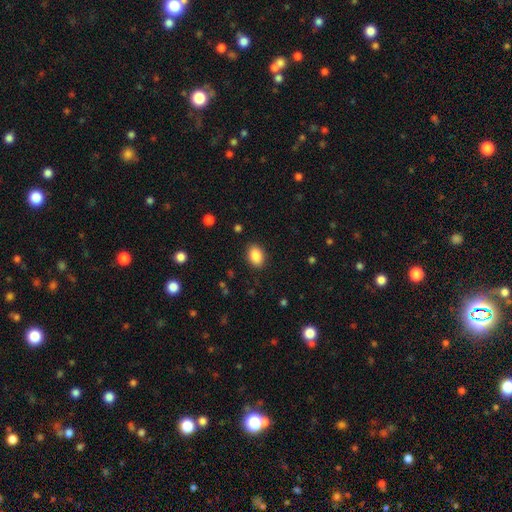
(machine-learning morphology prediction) smooth-or-featured: smooth: 88% | star or artifact: 8% | featured or disk: 4%
  how-rounded: in between: 79% | round: 19% | cigar-shaped: 1%
  merging: none: 88% | minor disturbance: 8% | major disturbance: 2% | merger: 1%